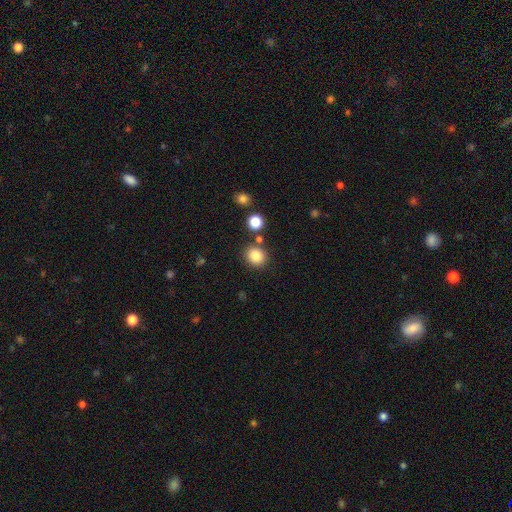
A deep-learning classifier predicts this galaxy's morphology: Smooth or featured? smooth (85%)
How rounded? round (78%)
Merging? none (82%)